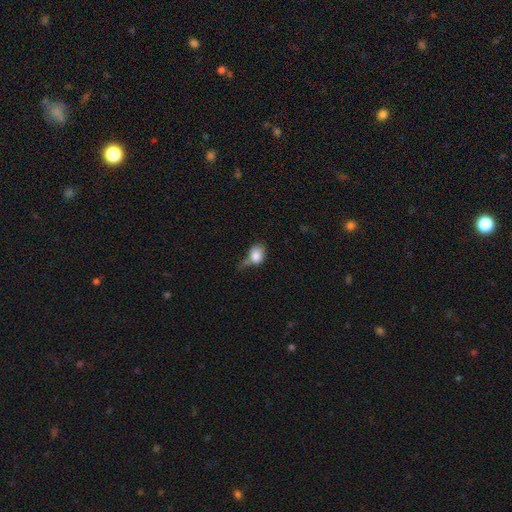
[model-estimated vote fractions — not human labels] smooth-or-featured: smooth: 80% | featured or disk: 11% | star or artifact: 9%
  how-rounded: in between: 57% | round: 41% | cigar-shaped: 2%
  merging: minor disturbance: 30% | major disturbance: 29% | none: 26% | merger: 14%